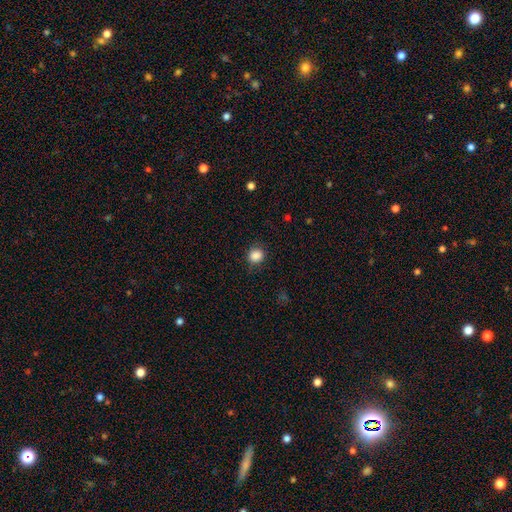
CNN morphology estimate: A smooth galaxy with no disk features (86%) that is round (81%). Merging: none (83%).